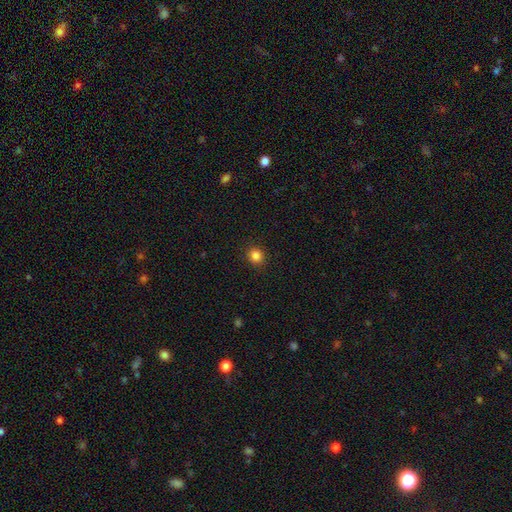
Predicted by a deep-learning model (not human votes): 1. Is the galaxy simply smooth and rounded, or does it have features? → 84% smooth, 12% star or artifact, 4% featured or disk.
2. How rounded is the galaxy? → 88% round, 11% in between, 1% cigar-shaped.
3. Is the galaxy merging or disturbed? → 91% none, 6% minor disturbance, 2% major disturbance, 1% merger.